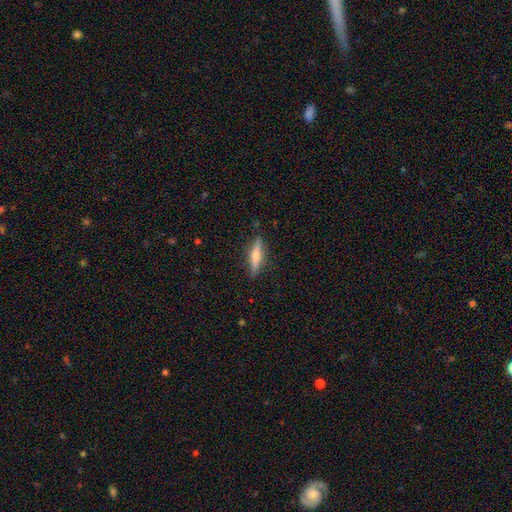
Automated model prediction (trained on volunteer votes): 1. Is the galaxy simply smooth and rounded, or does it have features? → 47% smooth, 46% featured or disk, 7% star or artifact.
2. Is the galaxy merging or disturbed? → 87% none, 10% minor disturbance, 2% major disturbance, 1% merger.